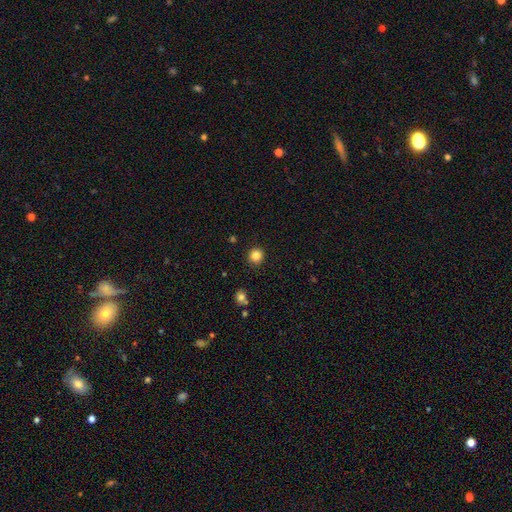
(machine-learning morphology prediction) Overall: smooth (84%). How rounded: round (92%). Merging: none (92%).